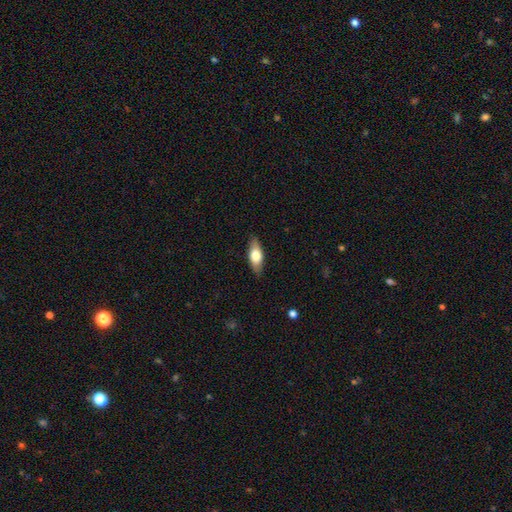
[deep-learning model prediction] Smooth or featured: smooth — 63% (featured or disk — 31%)
How rounded: in between — 70% (cigar-shaped — 27%)
Merging: none — 86% (minor disturbance — 11%)